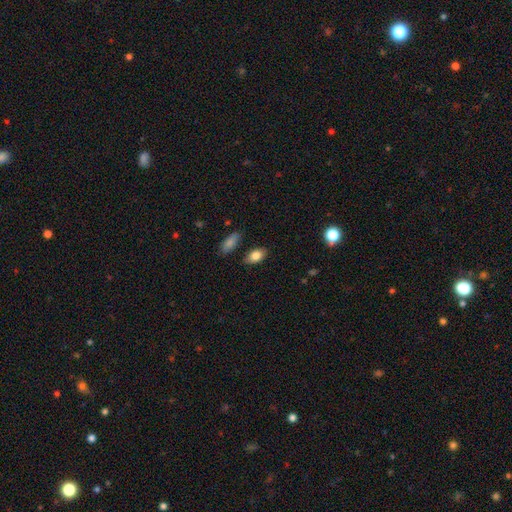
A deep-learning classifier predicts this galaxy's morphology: Smooth or featured: smooth — 83% (featured or disk — 10%)
How rounded: in between — 90% (round — 7%)
Merging: none — 82% (minor disturbance — 12%)